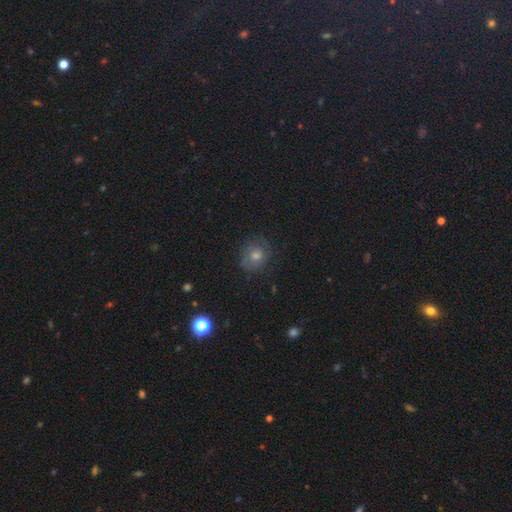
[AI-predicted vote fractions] The model was most divided on "smooth or featured": smooth: 56%, featured or disk: 22%, star or artifact: 22%. More confident: how rounded — round (81%); merging — none (79%).